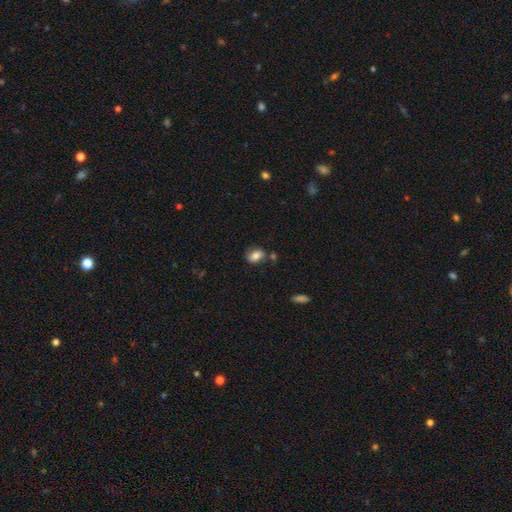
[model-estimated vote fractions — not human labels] A smooth galaxy with no disk features (77%) that is in between round and cigar-shaped (69%). Merging: none (66%).